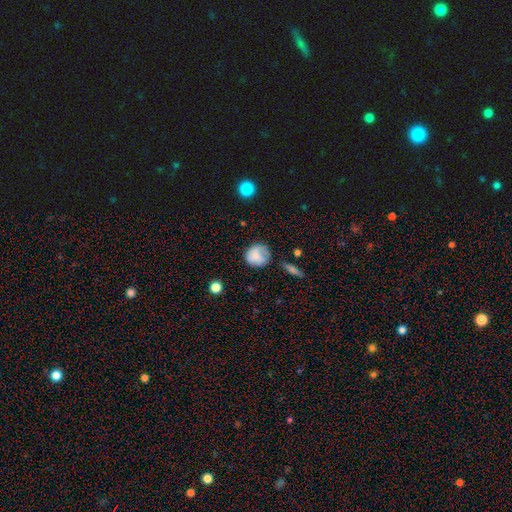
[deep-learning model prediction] This appears to be a smooth galaxy with no disk features (71%) that is round (80%). Merging: none (53%).